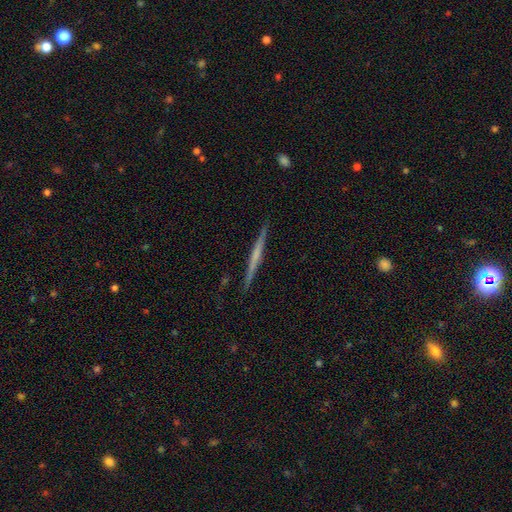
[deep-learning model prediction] smooth_or_featured: featured or disk (p=0.65) [alt: smooth p=0.29]
disk_edge_on: yes (p=0.98) [alt: no p=0.02]
edge_on_bulge: none (p=0.63) [alt: rounded p=0.26]
merging: none (p=0.91) [alt: minor disturbance p=0.07]